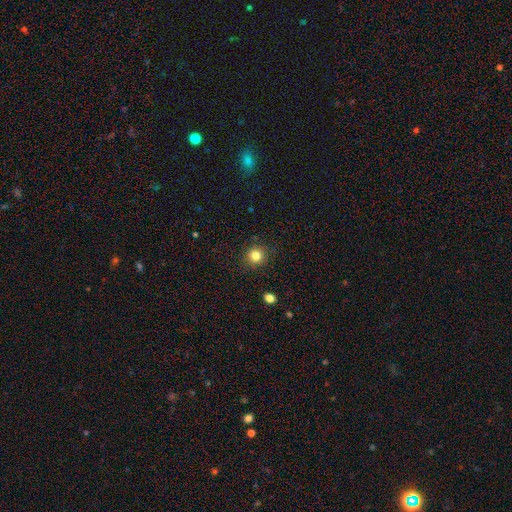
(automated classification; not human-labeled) The model was most divided on "smooth or featured": smooth: 81%, star or artifact: 13%, featured or disk: 6%. More confident: how rounded — round (91%); merging — none (89%).